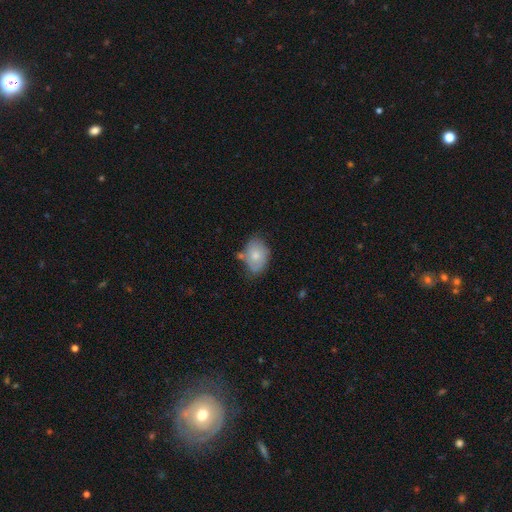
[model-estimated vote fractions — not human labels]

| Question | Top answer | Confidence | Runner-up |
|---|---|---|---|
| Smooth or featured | smooth | 71% | featured or disk (22%) |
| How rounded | in between | 82% | round (16%) |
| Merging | none | 55% | minor disturbance (28%) |